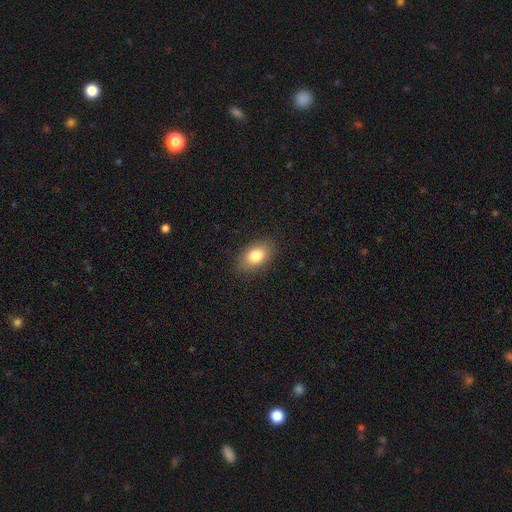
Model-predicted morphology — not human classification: type=smooth (82%); roundness=in between (89%); merging=none (86%).